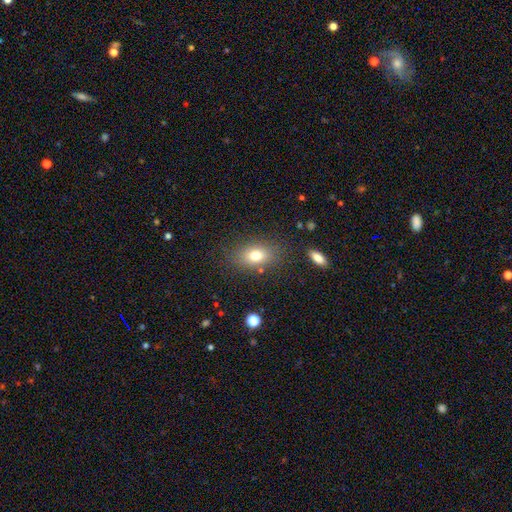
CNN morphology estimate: A smooth galaxy with no disk features (76%) that is in between round and cigar-shaped (78%). Merging: none (80%).